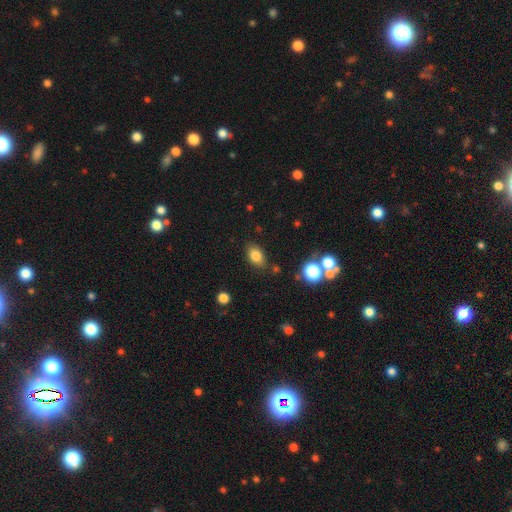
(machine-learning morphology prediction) Q: Smooth or featured?
A: smooth (81%); runner-up: star or artifact (11%)
Q: How rounded?
A: in between (82%); runner-up: round (16%)
Q: Merging?
A: none (81%); runner-up: minor disturbance (12%)